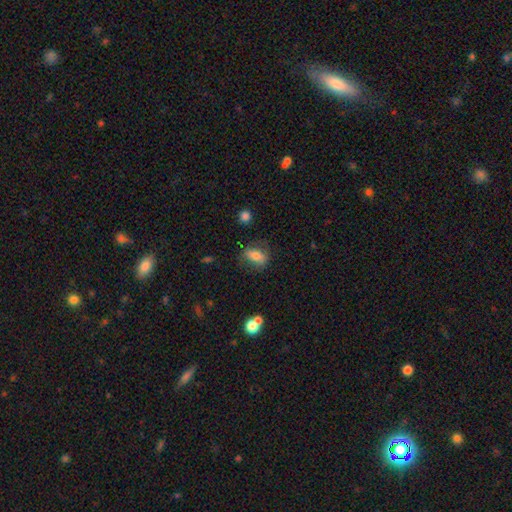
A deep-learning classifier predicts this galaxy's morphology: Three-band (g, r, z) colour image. It shows a smooth galaxy with no disk features (75%) that is in between round and cigar-shaped (82%). Merging: none (67%).